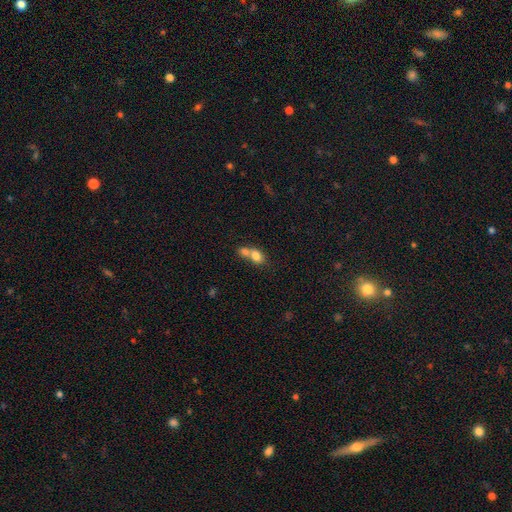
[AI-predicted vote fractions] Smooth or featured? smooth (76%)
How rounded? in between (67%)
Merging? merger (70%)